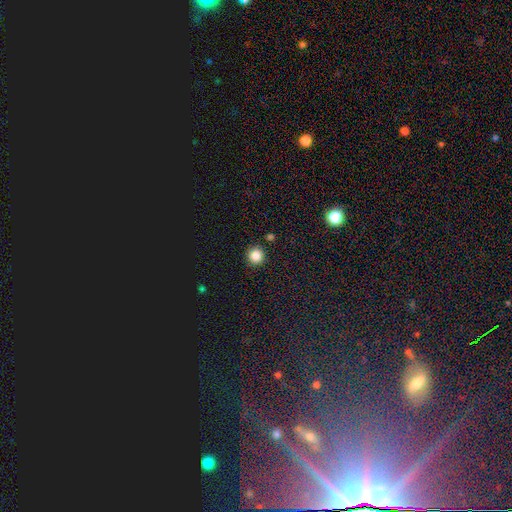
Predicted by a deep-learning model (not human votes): This appears to be a smooth galaxy with no disk features (85%) that is round (95%). Merging: none (91%).